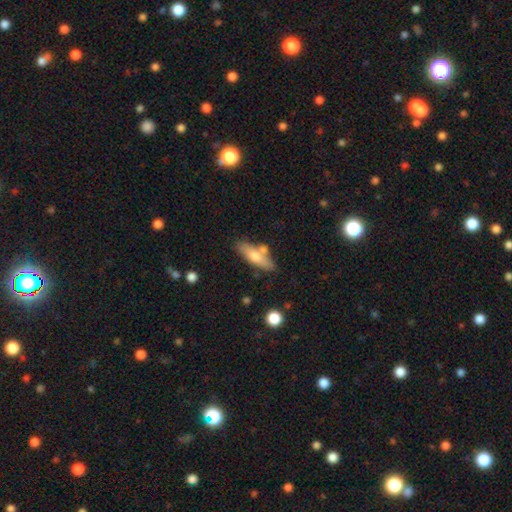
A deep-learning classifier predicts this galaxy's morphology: A smooth galaxy with no disk features (61%) that is cigar-shaped (52%).

Vote fractions:
- Smooth or featured? smooth: 61% / featured or disk: 32% / star or artifact: 6%
- How rounded? cigar-shaped: 52% / in between: 46% / round: 3%
- Merging? none: 67% / merger: 15% / minor disturbance: 14% / major disturbance: 4%